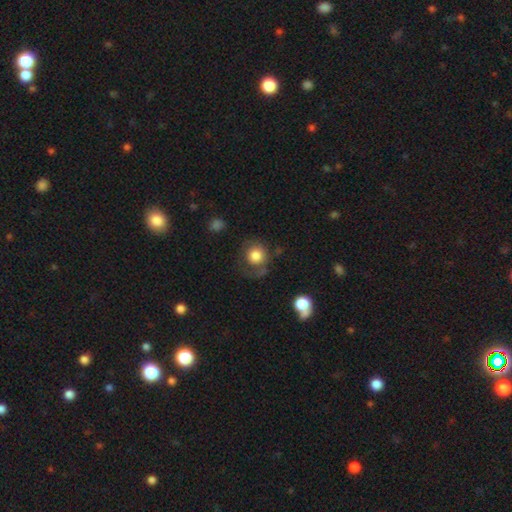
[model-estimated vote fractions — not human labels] A smooth galaxy with no disk features (76%) that is round (88%). Merging: none (54%).